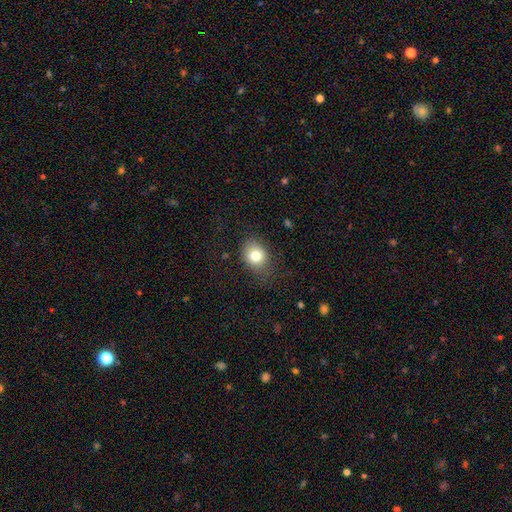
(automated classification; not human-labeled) Smooth or featured?
  - smooth: 78% *
  - star or artifact: 11%
  - featured or disk: 10%
How rounded?
  - round: 52% *
  - in between: 47%
  - cigar-shaped: 1%
Merging?
  - none: 74% *
  - minor disturbance: 18%
  - major disturbance: 6%
  - merger: 1%